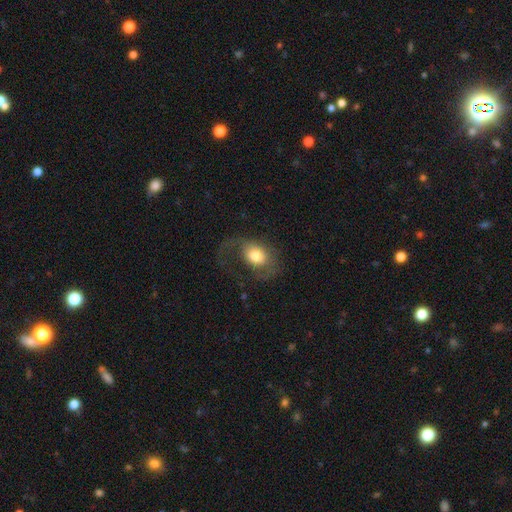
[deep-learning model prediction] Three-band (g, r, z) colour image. It shows a smooth galaxy with no disk features (57%) that is in between round and cigar-shaped (64%). Merging: major disturbance (44%).